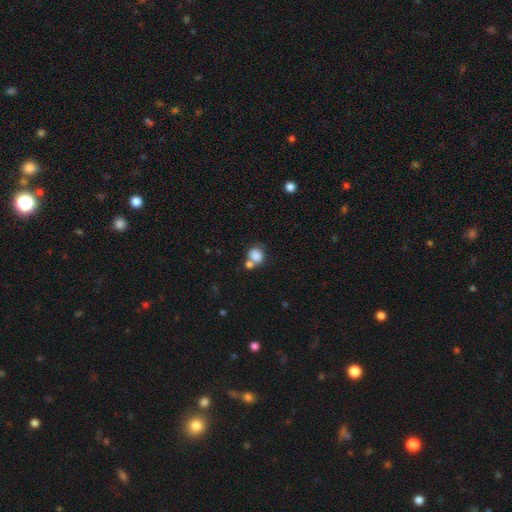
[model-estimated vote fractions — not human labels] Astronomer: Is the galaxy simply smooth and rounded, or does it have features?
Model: smooth — 82%.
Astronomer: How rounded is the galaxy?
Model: round — 68%.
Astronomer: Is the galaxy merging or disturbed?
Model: none — 43% (runner-up: merger, 41%).